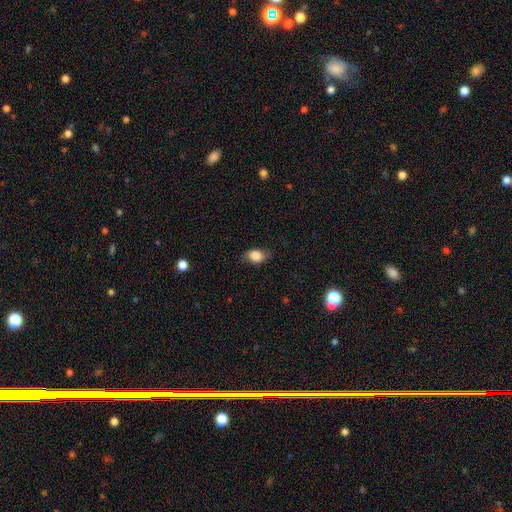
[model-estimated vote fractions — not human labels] The model was most divided on "how rounded": in between: 73%, round: 25%, cigar-shaped: 2%. More confident: smooth or featured — smooth (83%); merging — none (73%).